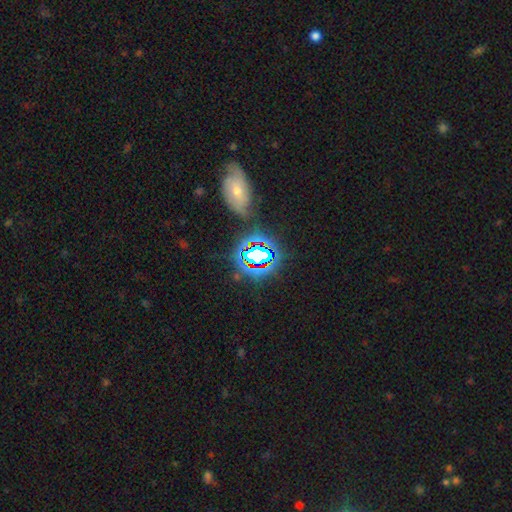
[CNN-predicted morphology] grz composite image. It shows a star or artifact, not a galaxy (69%).